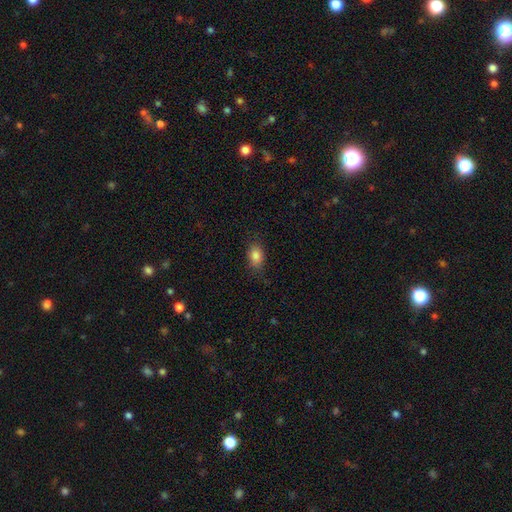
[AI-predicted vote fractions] Smooth or featured? Predicted: smooth (p=0.84). How rounded? Predicted: in between (p=0.76). Merging? Predicted: none (p=0.76).